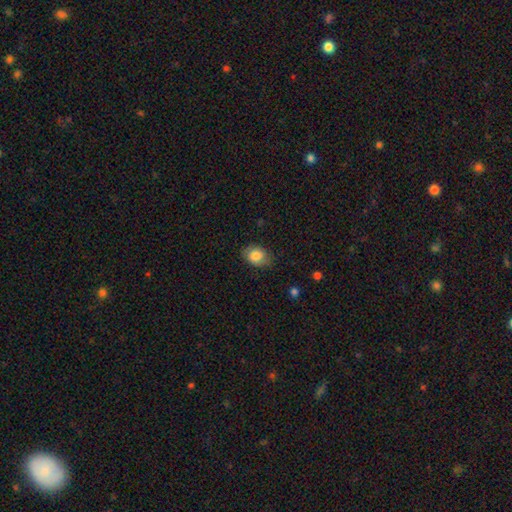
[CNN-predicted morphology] Smooth or featured? smooth (83%)
How rounded? in between (70%)
Merging? none (76%)